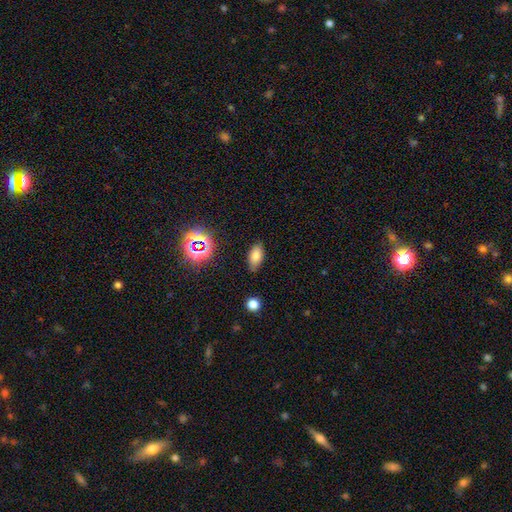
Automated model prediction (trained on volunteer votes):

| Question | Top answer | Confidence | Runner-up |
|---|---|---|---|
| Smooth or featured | smooth | 76% | star or artifact (15%) |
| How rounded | in between | 90% | round (5%) |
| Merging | none | 80% | minor disturbance (15%) |